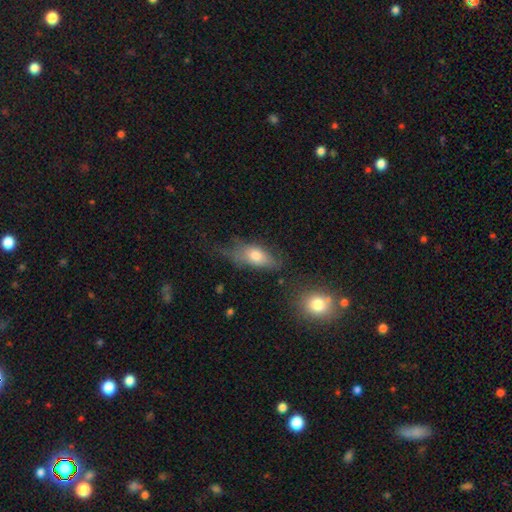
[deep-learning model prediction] Morphology: type=smooth (69%); roundness=in between (81%); merging=none (40%).